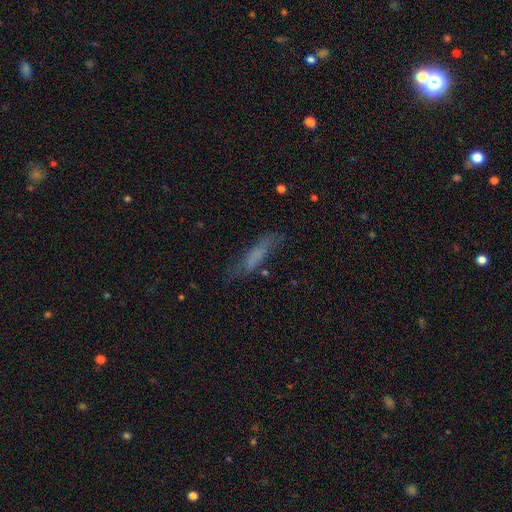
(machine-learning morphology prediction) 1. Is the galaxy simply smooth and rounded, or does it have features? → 57% smooth, 32% featured or disk, 11% star or artifact.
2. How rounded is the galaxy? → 77% cigar-shaped, 21% in between, 2% round.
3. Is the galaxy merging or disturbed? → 58% none, 25% minor disturbance, 14% major disturbance, 4% merger.